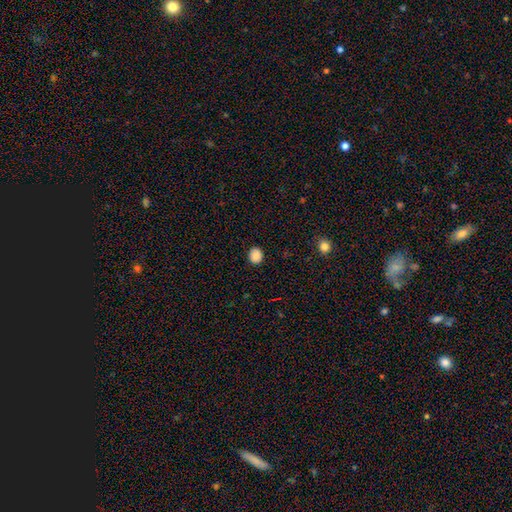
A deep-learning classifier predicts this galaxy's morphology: Smooth or featured? Predicted: smooth (p=0.88). How rounded? Predicted: round (p=0.70). Merging? Predicted: none (p=0.90).